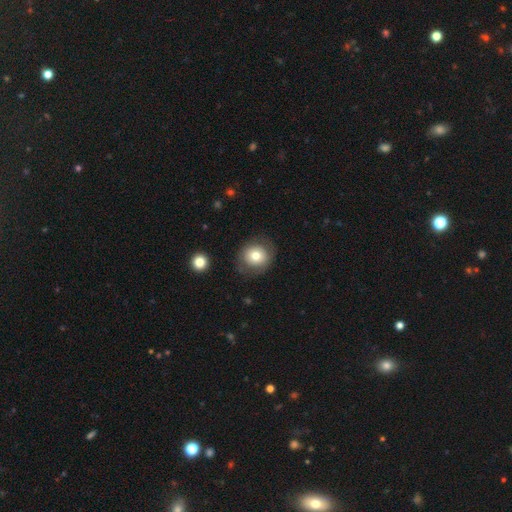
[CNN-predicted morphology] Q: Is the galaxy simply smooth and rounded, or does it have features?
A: smooth — 72%.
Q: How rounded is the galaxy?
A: round — 85%.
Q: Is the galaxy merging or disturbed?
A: none — 78%.